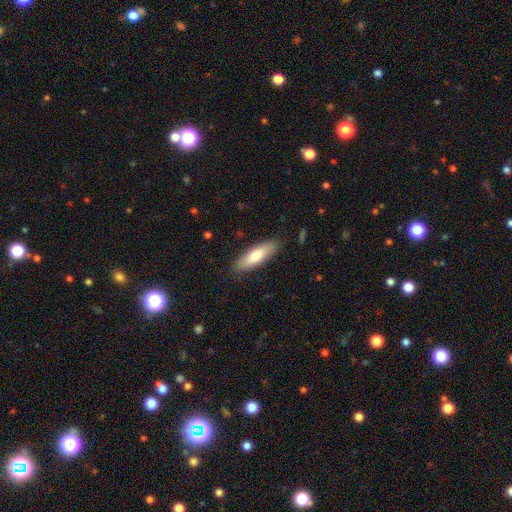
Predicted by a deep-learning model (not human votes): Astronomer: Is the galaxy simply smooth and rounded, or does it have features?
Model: smooth — 71%.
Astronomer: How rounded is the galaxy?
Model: in between — 50% (runner-up: cigar-shaped, 49%).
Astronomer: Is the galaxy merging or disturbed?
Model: none — 86%.